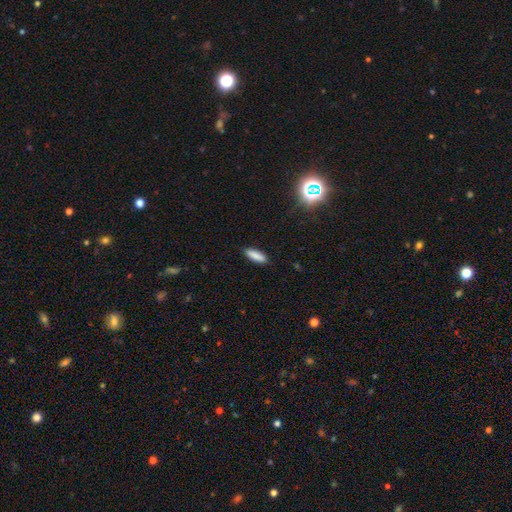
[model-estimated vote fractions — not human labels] smooth_or_featured: smooth (p=0.87) [alt: star or artifact p=0.07]
how_rounded: cigar-shaped (p=0.51) [alt: in between p=0.47]
merging: none (p=0.89) [alt: minor disturbance p=0.08]